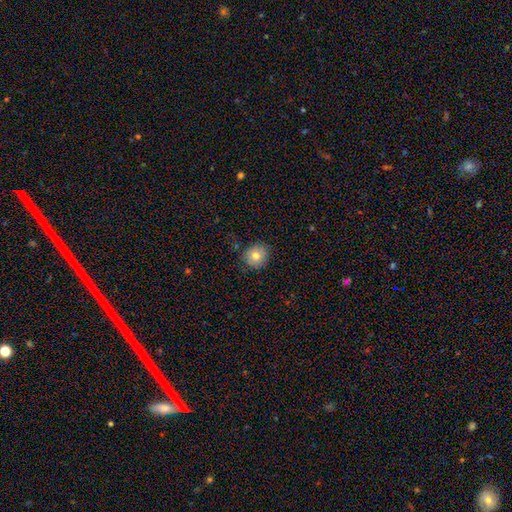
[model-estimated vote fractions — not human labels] Overall: smooth (78%). How rounded: round (87%). Merging: none (84%).